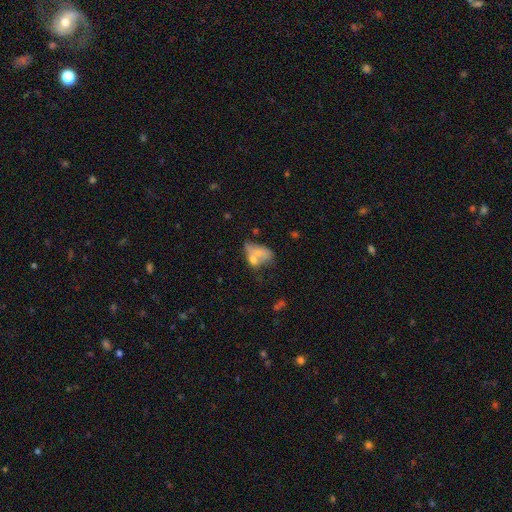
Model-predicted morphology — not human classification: type=smooth (57%); roundness=in between (80%); merging=merger (53%).